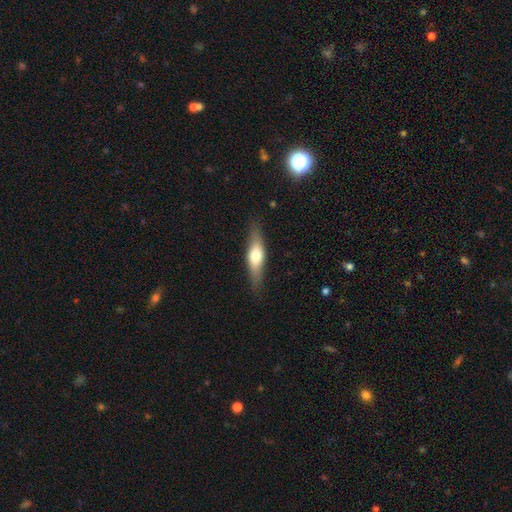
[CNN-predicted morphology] This is possibly a smooth galaxy (55%). How rounded: possibly cigar-shaped (57%). Merging: clearly none (83%).